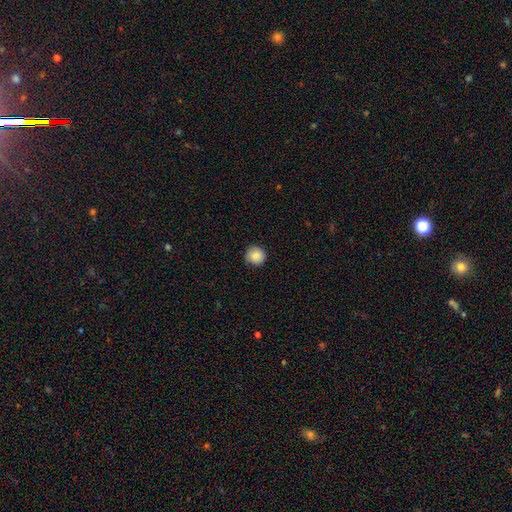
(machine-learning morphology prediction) Q: Smooth or featured?
A: smooth (86%); runner-up: star or artifact (8%)
Q: How rounded?
A: round (94%); runner-up: in between (5%)
Q: Merging?
A: none (83%); runner-up: minor disturbance (14%)